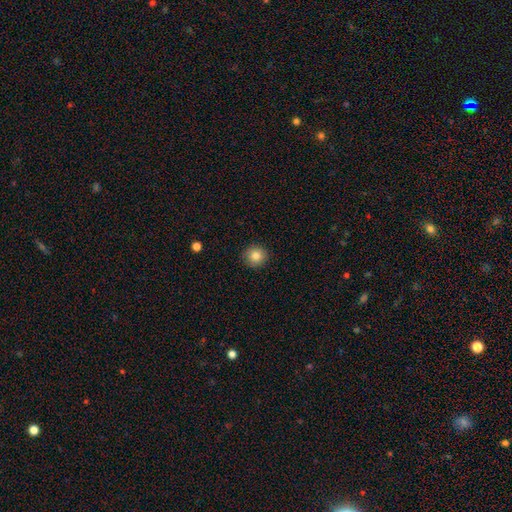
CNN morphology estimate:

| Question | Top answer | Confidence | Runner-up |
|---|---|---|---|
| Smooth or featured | smooth | 83% | star or artifact (10%) |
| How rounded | round | 93% | in between (6%) |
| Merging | none | 90% | minor disturbance (7%) |